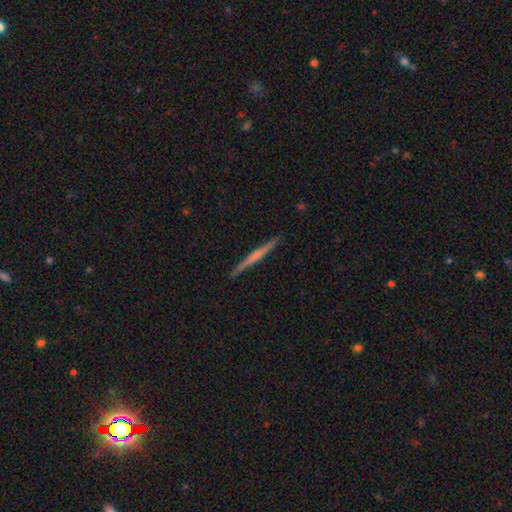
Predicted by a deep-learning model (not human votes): This appears to be a featured or disk galaxy (57%) viewed edge-on (98%) with no central bulge (58%). Merging: none (90%).